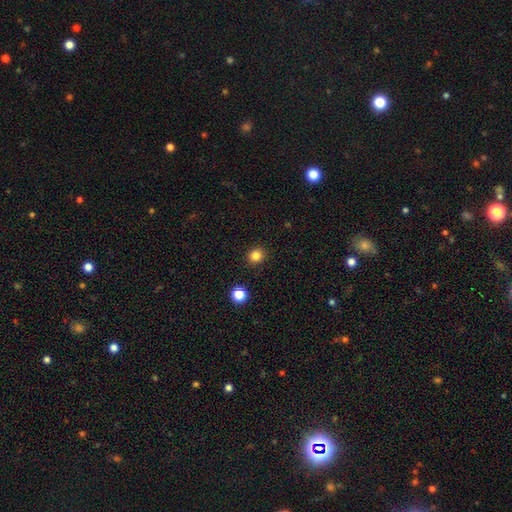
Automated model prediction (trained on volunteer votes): Smooth or featured?
  - smooth: 82% *
  - star or artifact: 13%
  - featured or disk: 5%
How rounded?
  - round: 81% *
  - in between: 18%
  - cigar-shaped: 1%
Merging?
  - none: 90% *
  - minor disturbance: 6%
  - major disturbance: 2%
  - merger: 2%